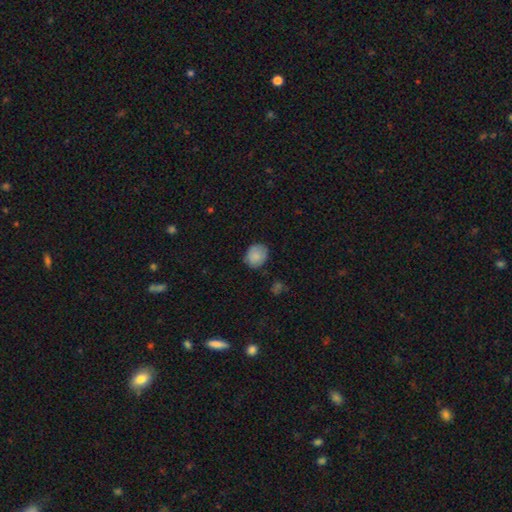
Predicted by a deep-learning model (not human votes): This is clearly a smooth galaxy (85%). How rounded: likely round (61%). Merging: likely none (74%).